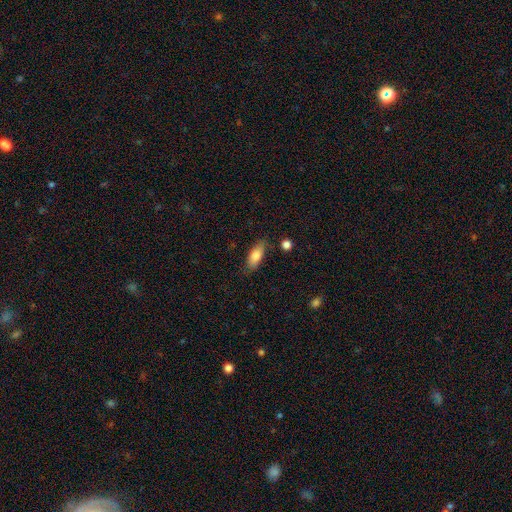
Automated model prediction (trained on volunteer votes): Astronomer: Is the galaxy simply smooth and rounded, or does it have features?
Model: smooth — 80%.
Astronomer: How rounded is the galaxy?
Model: in between — 77%.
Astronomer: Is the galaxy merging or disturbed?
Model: none — 78%.